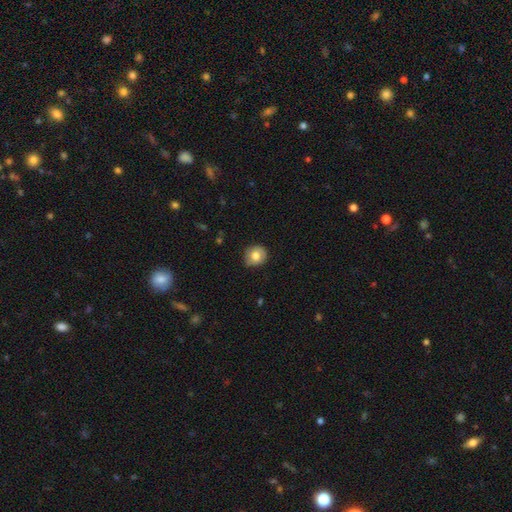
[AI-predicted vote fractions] Q: Smooth or featured?
A: smooth (76%); runner-up: featured or disk (16%)
Q: How rounded?
A: round (84%); runner-up: in between (15%)
Q: Merging?
A: none (80%); runner-up: minor disturbance (16%)